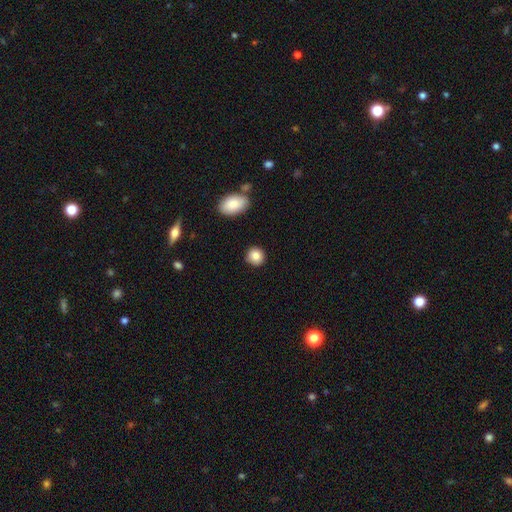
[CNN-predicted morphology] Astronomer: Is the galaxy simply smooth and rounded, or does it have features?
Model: smooth — 85%.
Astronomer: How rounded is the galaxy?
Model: round — 87%.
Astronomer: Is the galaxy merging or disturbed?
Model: none — 88%.